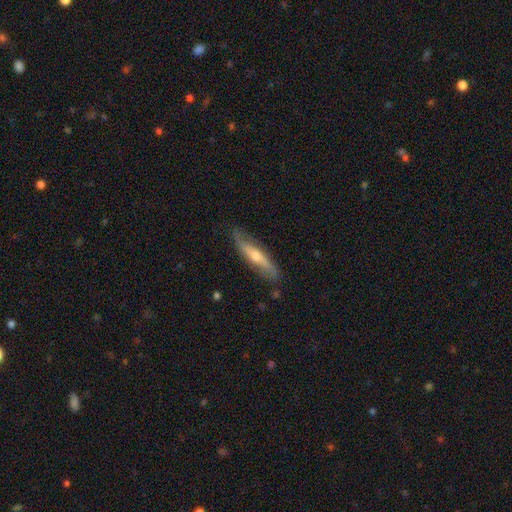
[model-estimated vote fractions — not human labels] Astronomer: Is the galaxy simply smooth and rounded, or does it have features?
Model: featured or disk — 64%.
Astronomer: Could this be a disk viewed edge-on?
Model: yes — 70%.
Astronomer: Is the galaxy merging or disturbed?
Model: none — 82%.